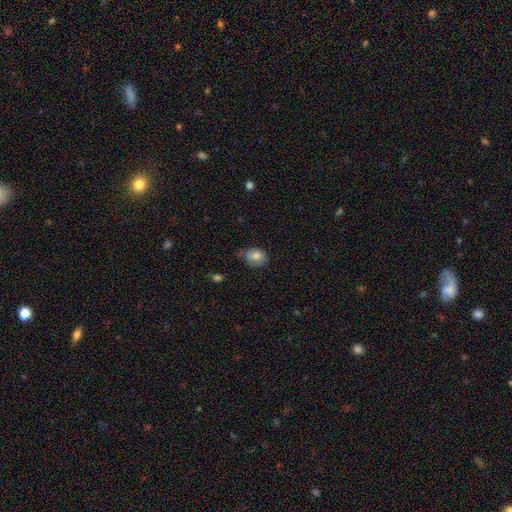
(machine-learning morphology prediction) A smooth galaxy with no disk features (77%) that is in between round and cigar-shaped (55%).

Vote fractions:
- Smooth or featured? smooth: 77% / featured or disk: 14% / star or artifact: 9%
- How rounded? in between: 55% / round: 44% / cigar-shaped: 1%
- Merging? none: 54% / minor disturbance: 34% / major disturbance: 9% / merger: 3%